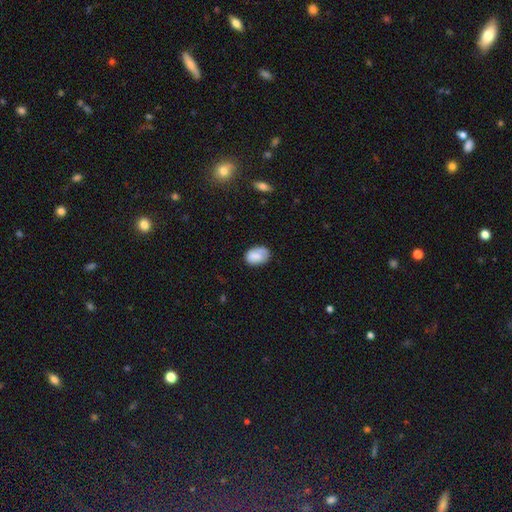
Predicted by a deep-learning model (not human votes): smooth 77%, featured or disk 16%, star or artifact 8%. Down the decision tree: how rounded — in between (82%); merging — none (65%).